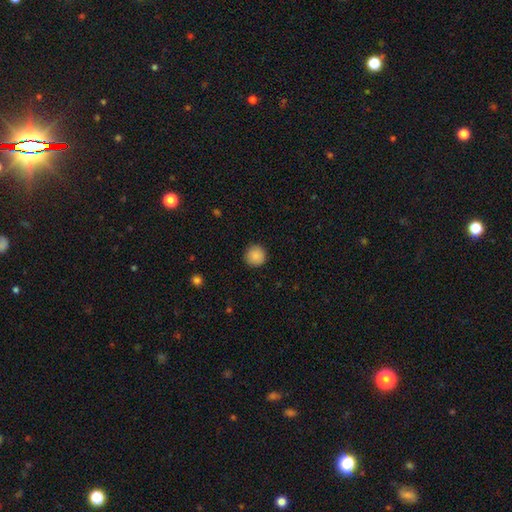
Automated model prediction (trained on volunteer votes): smooth_or_featured: smooth (p=0.89) [alt: star or artifact p=0.08]
how_rounded: round (p=0.95) [alt: in between p=0.04]
merging: none (p=0.92) [alt: minor disturbance p=0.05]